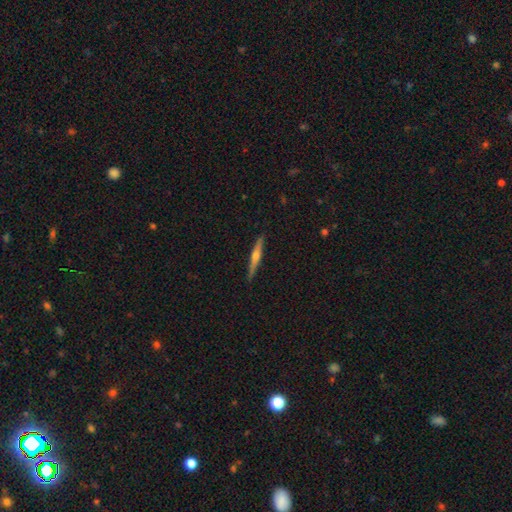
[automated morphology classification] Smooth or featured? featured or disk (68%)
Edge-on disk? yes (98%)
Edge-on bulge? rounded (87%)
Merging? none (88%)